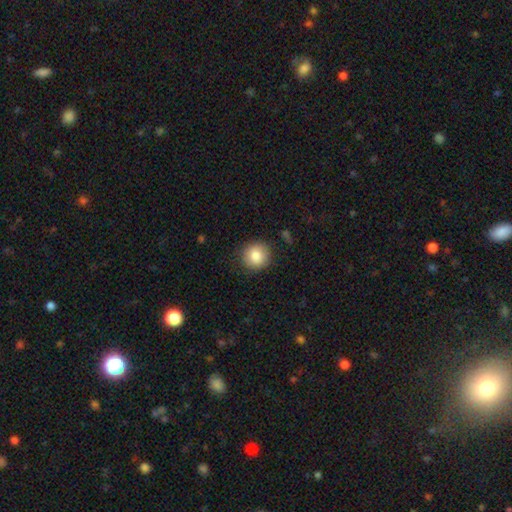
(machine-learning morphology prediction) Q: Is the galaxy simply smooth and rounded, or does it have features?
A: smooth — 84%.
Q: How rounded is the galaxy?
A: round — 92%.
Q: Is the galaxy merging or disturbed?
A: none — 87%.